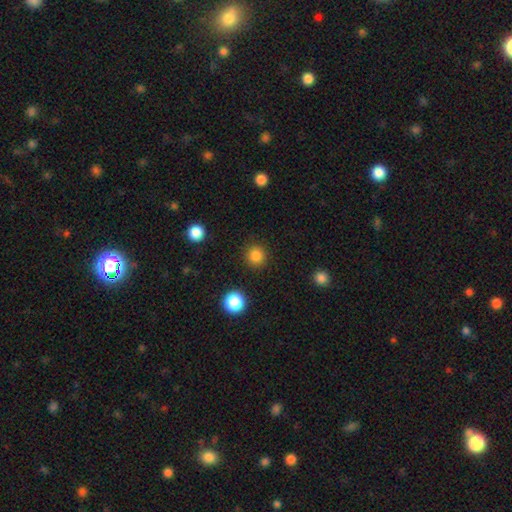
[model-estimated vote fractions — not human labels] A smooth galaxy with no disk features (84%) that is round (94%). Merging: none (90%).